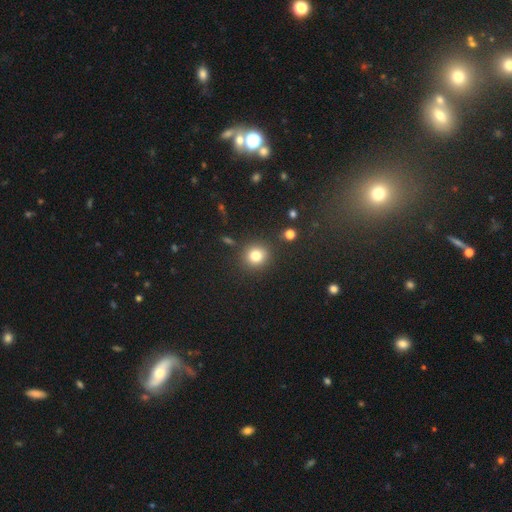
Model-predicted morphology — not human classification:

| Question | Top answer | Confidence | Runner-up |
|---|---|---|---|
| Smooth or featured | smooth | 80% | star or artifact (13%) |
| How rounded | round | 89% | in between (10%) |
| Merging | none | 86% | minor disturbance (8%) |